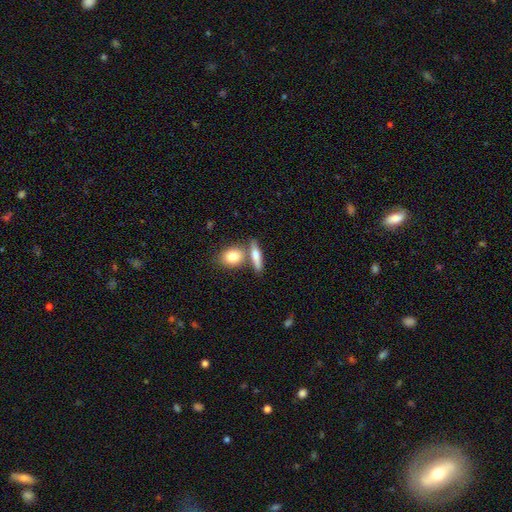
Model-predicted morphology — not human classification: The model was most divided on "how rounded" (2-way tie): cigar-shaped: 43%, in between: 43%, round: 13%. More confident: smooth or featured — smooth (68%); merging — none (58%).